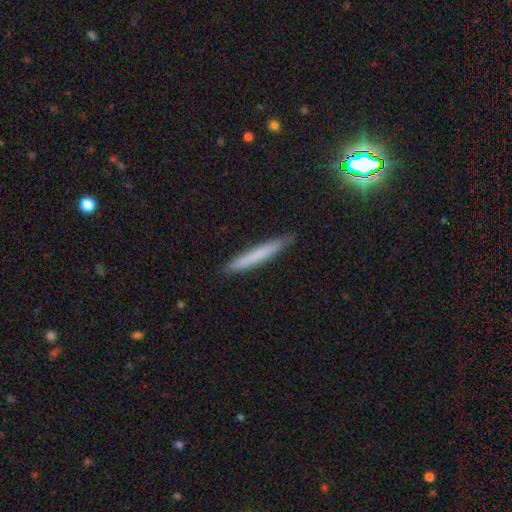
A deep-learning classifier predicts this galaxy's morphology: This appears to be a smooth galaxy with no disk features (70%) that is cigar-shaped (96%). Merging: none (90%).